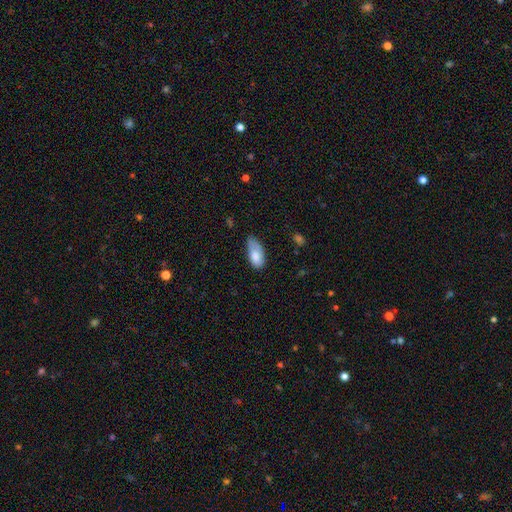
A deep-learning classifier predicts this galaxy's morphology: type=smooth (77%); roundness=in between (92%); merging=minor disturbance (42%).